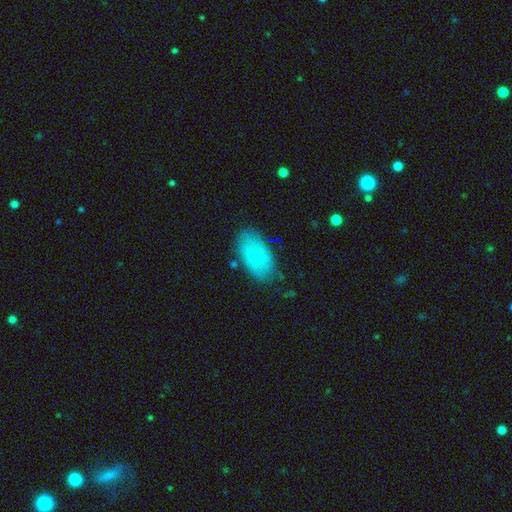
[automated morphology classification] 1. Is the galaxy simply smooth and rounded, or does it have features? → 70% smooth, 22% featured or disk, 8% star or artifact.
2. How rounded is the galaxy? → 94% in between, 3% round, 3% cigar-shaped.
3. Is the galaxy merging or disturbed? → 79% none, 16% minor disturbance, 4% major disturbance, 2% merger.